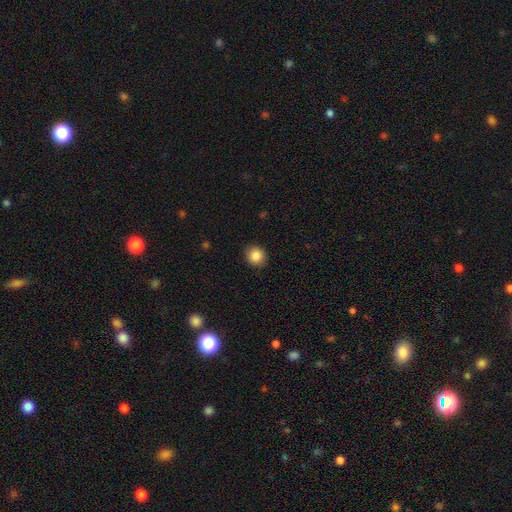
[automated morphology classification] Smooth or featured?
  - smooth: 87% *
  - star or artifact: 9%
  - featured or disk: 4%
How rounded?
  - round: 84% *
  - in between: 15%
  - cigar-shaped: 1%
Merging?
  - none: 90% *
  - minor disturbance: 7%
  - major disturbance: 2%
  - merger: 1%